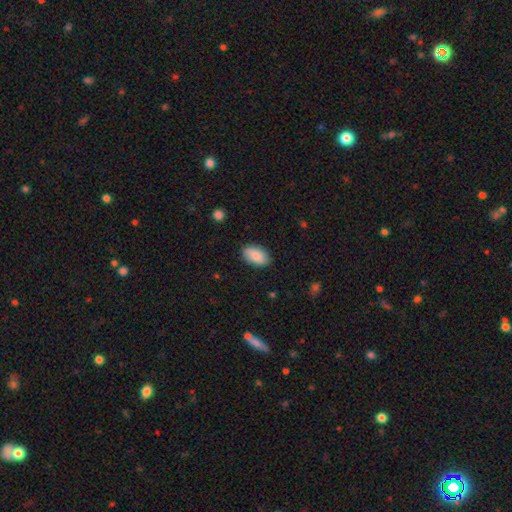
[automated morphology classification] Q: Smooth or featured?
A: smooth (87%); runner-up: featured or disk (7%)
Q: How rounded?
A: in between (94%); runner-up: round (4%)
Q: Merging?
A: none (86%); runner-up: minor disturbance (10%)